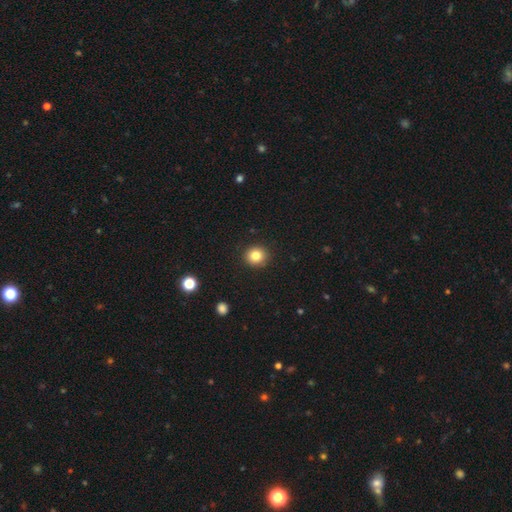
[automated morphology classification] A smooth galaxy with no disk features (83%) that is round (89%). Merging: none (91%).